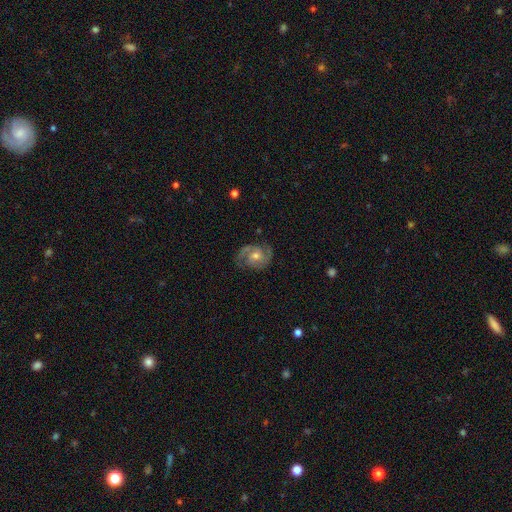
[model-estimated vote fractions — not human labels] smooth_or_featured: featured or disk (p=0.88) [alt: smooth p=0.07]
disk_edge_on: no (p=0.98) [alt: yes p=0.02]
bar: no (p=0.63) [alt: weak p=0.30]
has_spiral_arms: yes (p=0.97) [alt: no p=0.03]
spiral_winding: medium (p=0.46) [alt: tight p=0.45]
spiral_arm_count: 2 (p=0.86) [alt: 3 p=0.05]
bulge_size: moderate (p=0.60) [alt: small p=0.36]
merging: none (p=0.80) [alt: minor disturbance p=0.14]